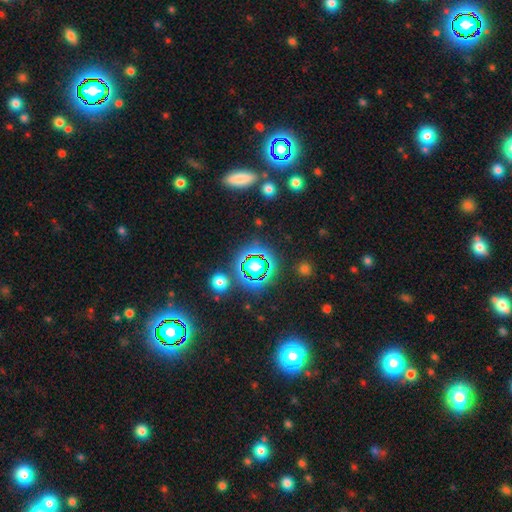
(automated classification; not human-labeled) Q: Smooth or featured?
A: star or artifact (74%); runner-up: smooth (16%)